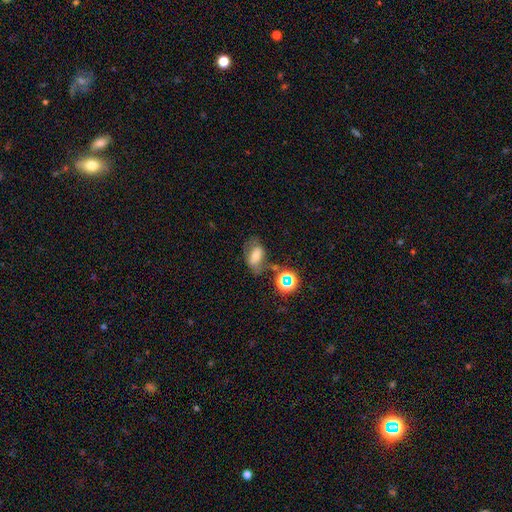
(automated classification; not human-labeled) A smooth galaxy with no disk features (50%) that is in between round and cigar-shaped (82%).

Vote fractions:
- Smooth or featured? smooth: 50% / featured or disk: 32% / star or artifact: 17%
- How rounded? in between: 82% / round: 15% / cigar-shaped: 3%
- Merging? none: 50% / minor disturbance: 24% / major disturbance: 14% / merger: 11%